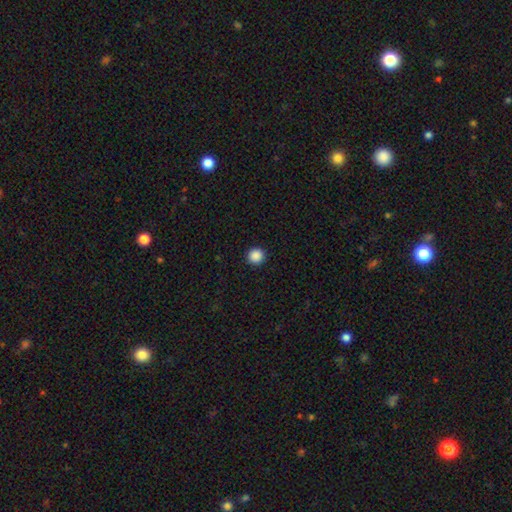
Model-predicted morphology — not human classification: Q: Smooth or featured?
A: smooth (88%); runner-up: star or artifact (9%)
Q: How rounded?
A: round (95%); runner-up: in between (4%)
Q: Merging?
A: none (93%); runner-up: minor disturbance (4%)